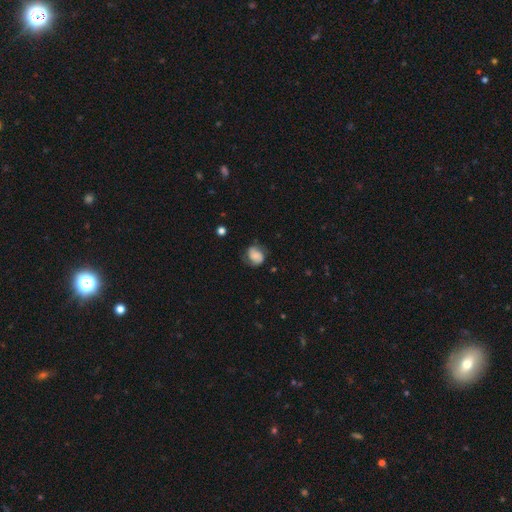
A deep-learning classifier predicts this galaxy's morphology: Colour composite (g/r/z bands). It shows a smooth galaxy with no disk features (45%, tied with featured or disk). Merging: none (63%).